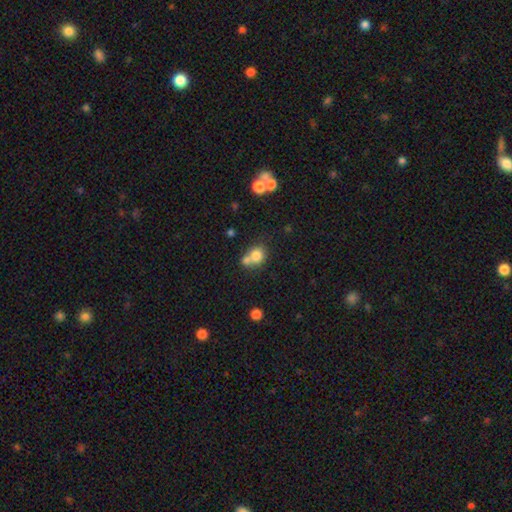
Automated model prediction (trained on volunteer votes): The model was most divided on "merging": merger: 46%, none: 40%, minor disturbance: 10%, major disturbance: 4%. More confident: smooth or featured — smooth (77%); how rounded — round (74%).